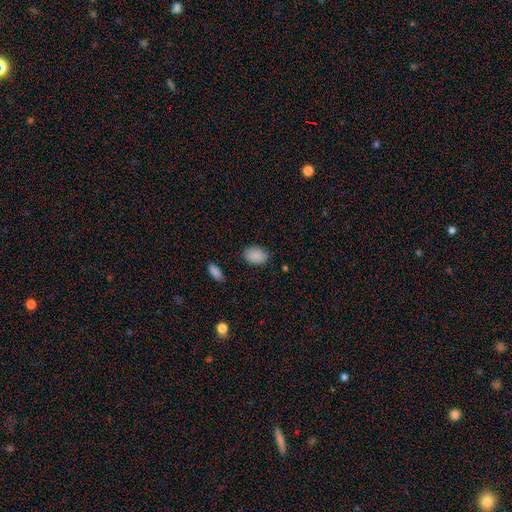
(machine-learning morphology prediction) This is clearly a smooth galaxy (89%). How rounded: clearly in between (86%). Merging: clearly none (84%).